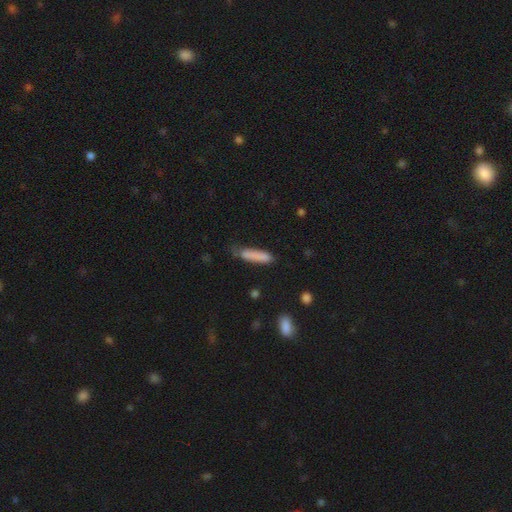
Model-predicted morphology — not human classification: smooth_or_featured: smooth (p=0.83) [alt: featured or disk p=0.10]
how_rounded: cigar-shaped (p=0.82) [alt: in between p=0.17]
merging: none (p=0.58) [alt: minor disturbance p=0.29]